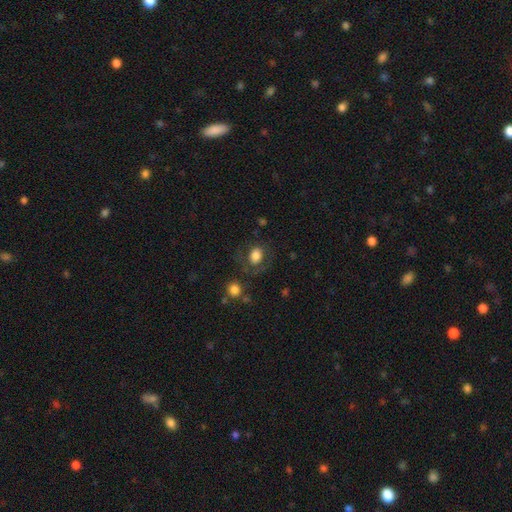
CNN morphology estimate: Overall: smooth (77%). How rounded: in between (55%; round 44%). Merging: none (65%).